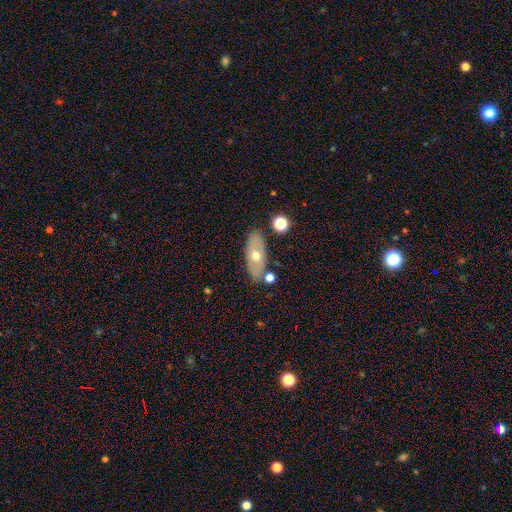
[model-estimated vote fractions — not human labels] The model was most divided on "smooth or featured" (2-way tie): smooth: 46%, featured or disk: 46%, star or artifact: 8%. More confident: merging — none (81%).